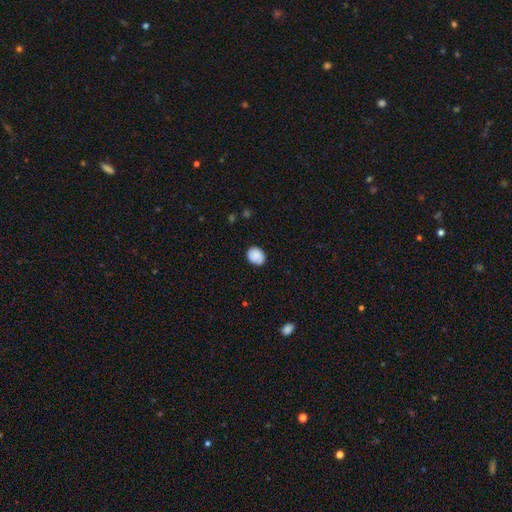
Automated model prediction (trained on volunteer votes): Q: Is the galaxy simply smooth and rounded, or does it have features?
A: smooth — 85%.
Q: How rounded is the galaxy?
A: in between — 52%.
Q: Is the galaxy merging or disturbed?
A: none — 79%.